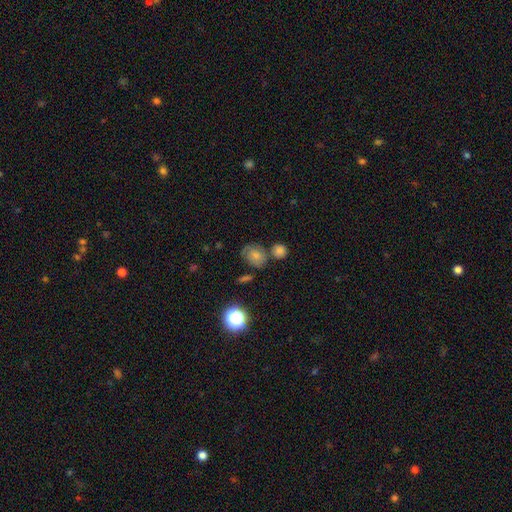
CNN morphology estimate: smooth_or_featured: smooth (p=0.66) [alt: featured or disk p=0.19]
how_rounded: round (p=0.51) [alt: in between p=0.48]
merging: none (p=0.54) [alt: minor disturbance p=0.21]